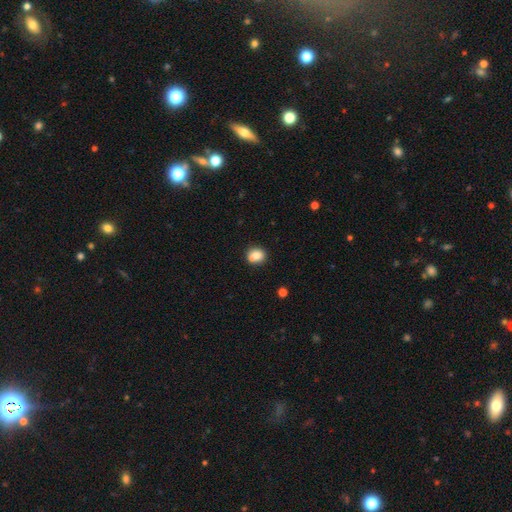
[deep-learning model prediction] smooth_or_featured: smooth (p=0.79) [alt: featured or disk p=0.11]
how_rounded: round (p=0.69) [alt: in between p=0.30]
merging: none (p=0.58) [alt: merger p=0.26]